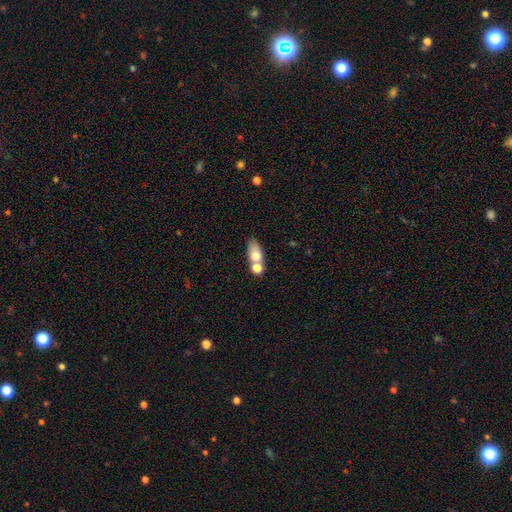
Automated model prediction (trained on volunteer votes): smooth 70%, featured or disk 21%, star or artifact 9%. Down the decision tree: how rounded — in between (71%); merging — merger (43%).